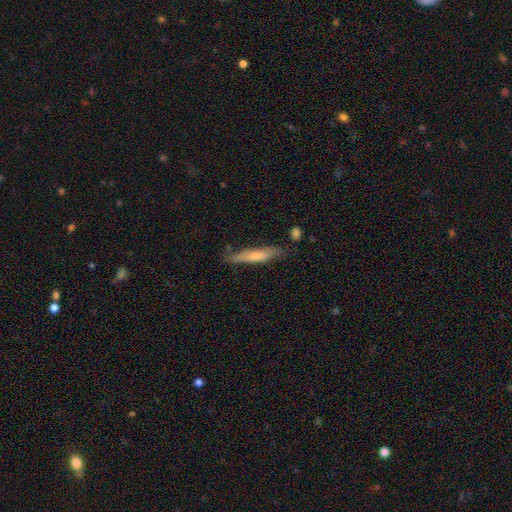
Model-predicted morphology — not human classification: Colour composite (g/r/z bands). It shows a smooth galaxy with no disk features (52%) that is cigar-shaped (92%). Merging: none (79%).